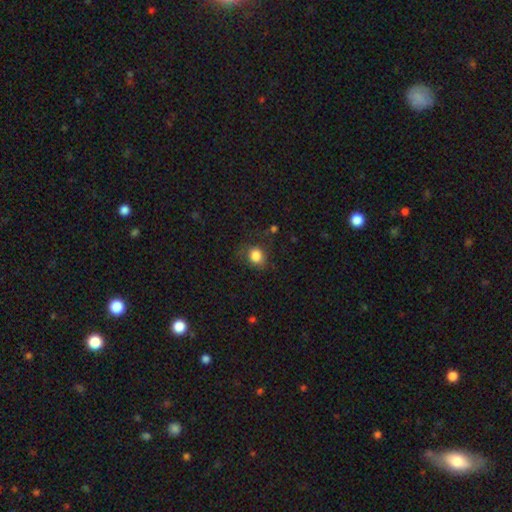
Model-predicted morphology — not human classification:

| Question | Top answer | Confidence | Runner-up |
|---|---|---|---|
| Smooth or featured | smooth | 83% | star or artifact (10%) |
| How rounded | round | 64% | in between (35%) |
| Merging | none | 71% | minor disturbance (19%) |